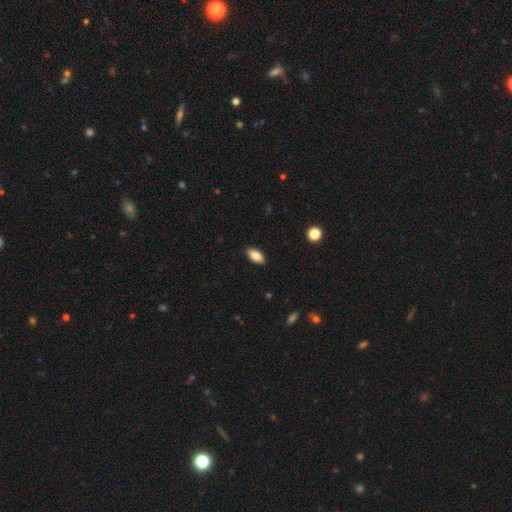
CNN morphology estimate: Smooth or featured? smooth (85%)
How rounded? in between (90%)
Merging? none (87%)